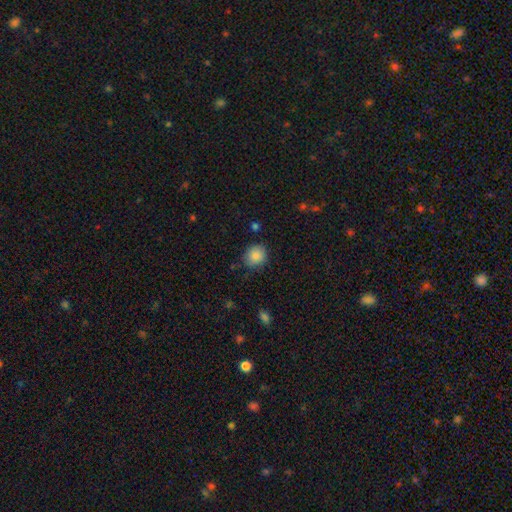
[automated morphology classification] A smooth galaxy with no disk features (86%) that is round (80%). Merging: none (80%).